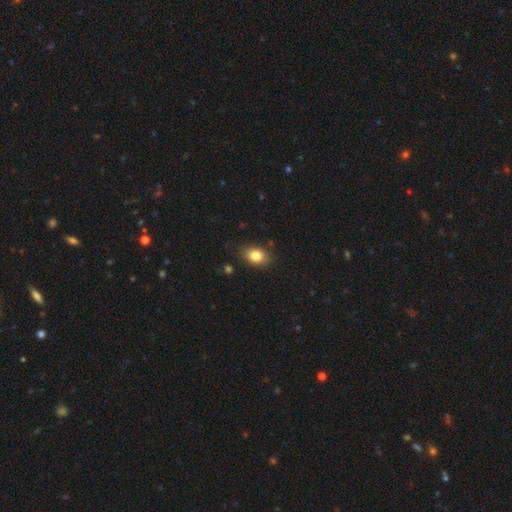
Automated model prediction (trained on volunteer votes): smooth-or-featured: smooth: 82% | star or artifact: 9% | featured or disk: 8%
  how-rounded: in between: 73% | round: 26% | cigar-shaped: 1%
  merging: none: 84% | minor disturbance: 12% | major disturbance: 3% | merger: 2%